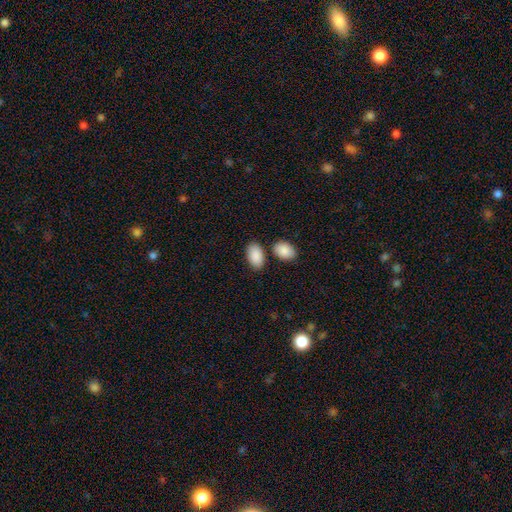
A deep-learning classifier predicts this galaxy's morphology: smooth-or-featured: smooth: 90% | star or artifact: 6% | featured or disk: 4%
  how-rounded: in between: 94% | round: 5% | cigar-shaped: 1%
  merging: none: 75% | merger: 11% | minor disturbance: 11% | major disturbance: 3%